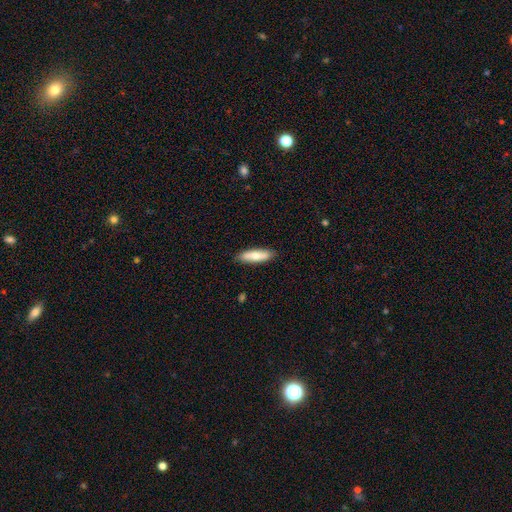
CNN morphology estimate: This is likely a smooth galaxy (73%). How rounded: possibly cigar-shaped (56%). Merging: clearly none (87%).